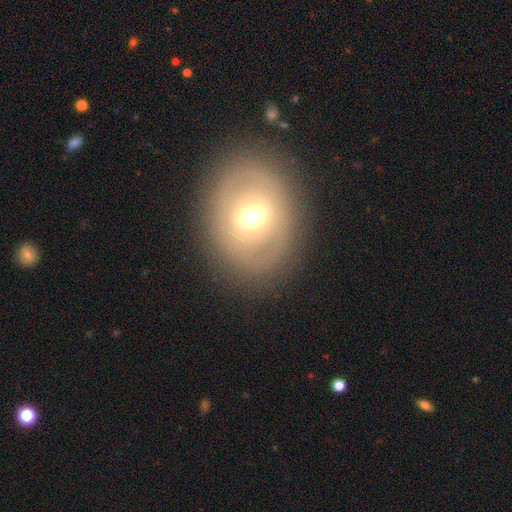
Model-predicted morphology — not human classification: Overall: featured or disk (54%; smooth 37%). Edge-on disk: no (93%). Bar: weak (41%; no 37%). Spiral arms: no (68%; yes 32%). Bulge size: moderate (70%). Merging: none (83%).